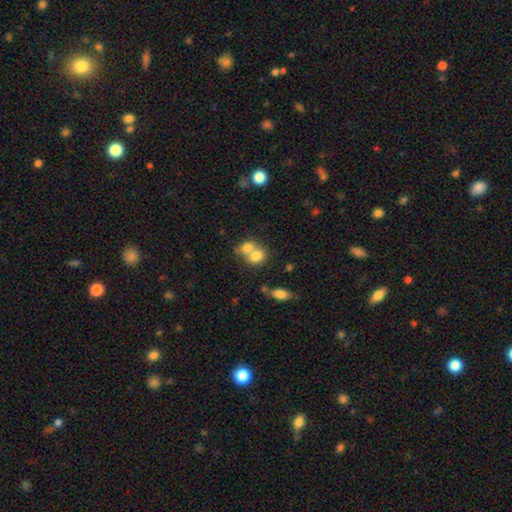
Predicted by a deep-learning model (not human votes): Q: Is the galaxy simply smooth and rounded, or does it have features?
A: smooth — 76%.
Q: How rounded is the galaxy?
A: in between — 52%.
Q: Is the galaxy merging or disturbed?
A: merger — 64%.